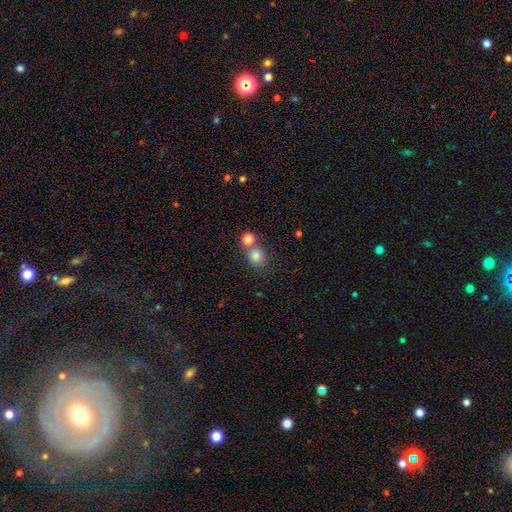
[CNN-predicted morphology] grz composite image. It shows a smooth galaxy with no disk features (81%) that is round (82%). Merging: none (57%).